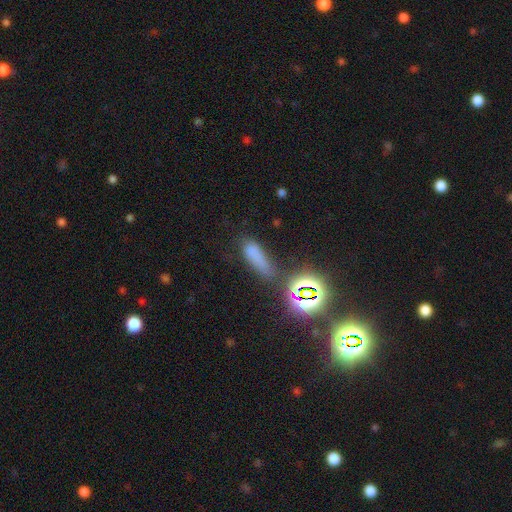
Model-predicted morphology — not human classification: A smooth galaxy with no disk features (61%) that is cigar-shaped (55%). Merging: none (53%).